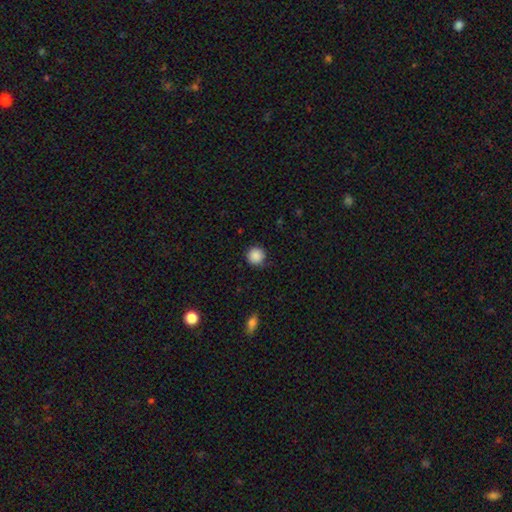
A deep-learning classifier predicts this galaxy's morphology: Q: Smooth or featured?
A: smooth (88%); runner-up: star or artifact (9%)
Q: How rounded?
A: round (95%); runner-up: in between (4%)
Q: Merging?
A: none (86%); runner-up: minor disturbance (10%)